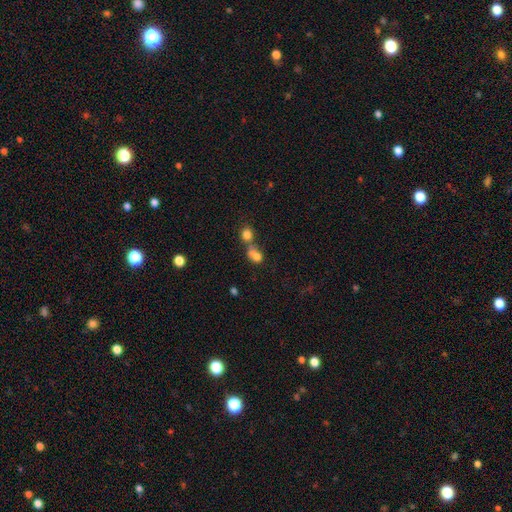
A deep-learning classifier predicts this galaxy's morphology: A smooth galaxy with no disk features (76%) that is round (57%).

Vote fractions:
- Smooth or featured? smooth: 76% / star or artifact: 12% / featured or disk: 12%
- How rounded? round: 57% / in between: 41% / cigar-shaped: 2%
- Merging? merger: 59% / none: 27% / minor disturbance: 9% / major disturbance: 6%